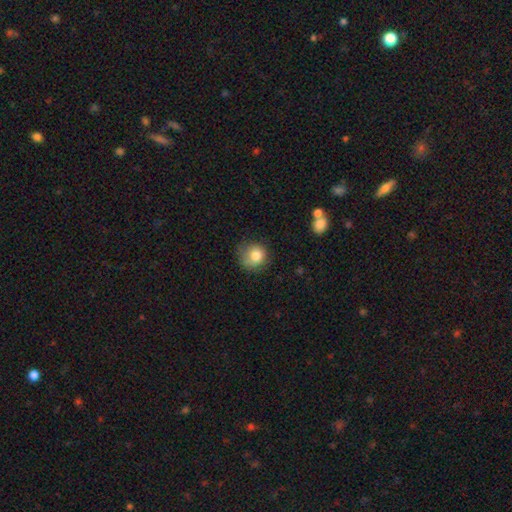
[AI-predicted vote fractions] Q: Smooth or featured?
A: smooth (80%); runner-up: featured or disk (11%)
Q: How rounded?
A: round (85%); runner-up: in between (14%)
Q: Merging?
A: none (59%); runner-up: minor disturbance (28%)